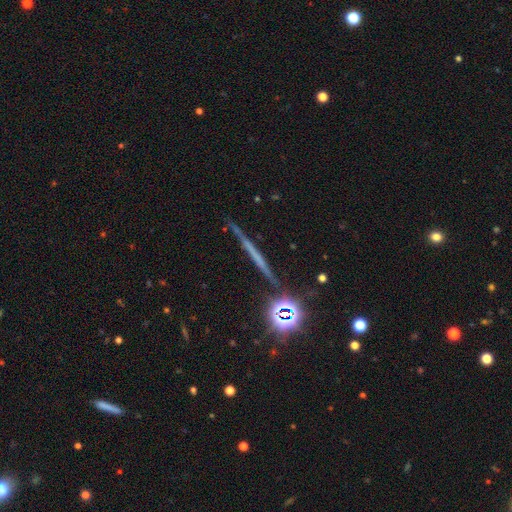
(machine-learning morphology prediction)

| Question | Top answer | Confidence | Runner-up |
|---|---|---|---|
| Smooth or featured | featured or disk | 45% | smooth (31%) |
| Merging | none | 86% | minor disturbance (9%) |